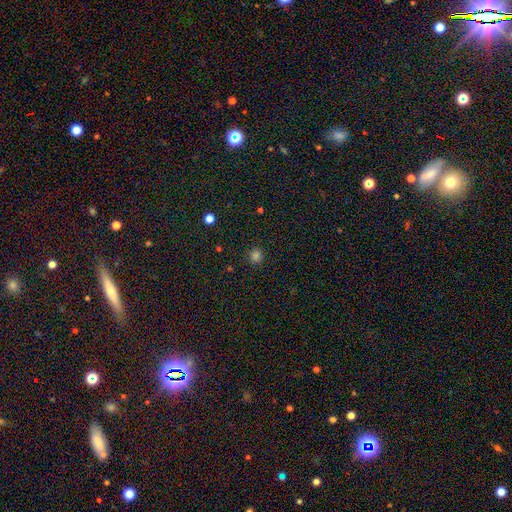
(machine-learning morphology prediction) Q: Smooth or featured?
A: smooth (80%); runner-up: star or artifact (17%)
Q: How rounded?
A: round (91%); runner-up: in between (8%)
Q: Merging?
A: none (90%); runner-up: minor disturbance (7%)